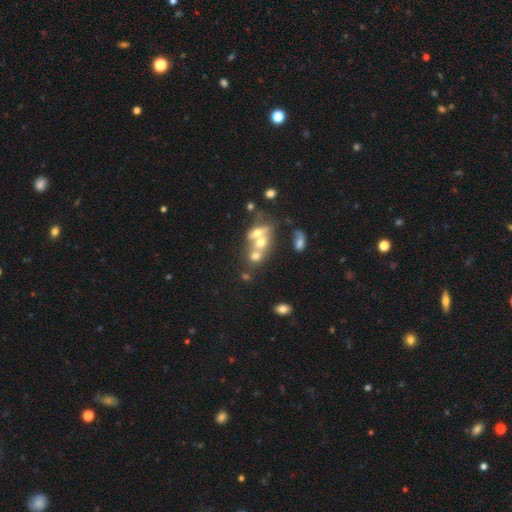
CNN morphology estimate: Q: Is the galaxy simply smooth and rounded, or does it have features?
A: smooth — 54%.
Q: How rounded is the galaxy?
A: round — 52%.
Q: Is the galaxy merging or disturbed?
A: merger — 64%.